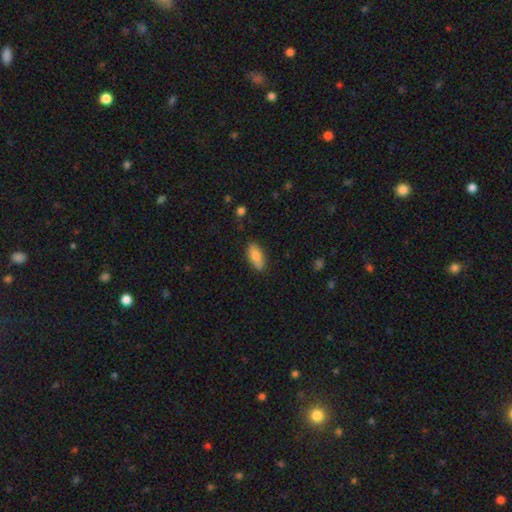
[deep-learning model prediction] Q: Smooth or featured?
A: smooth (78%); runner-up: featured or disk (15%)
Q: How rounded?
A: in between (80%); runner-up: cigar-shaped (18%)
Q: Merging?
A: none (83%); runner-up: minor disturbance (13%)